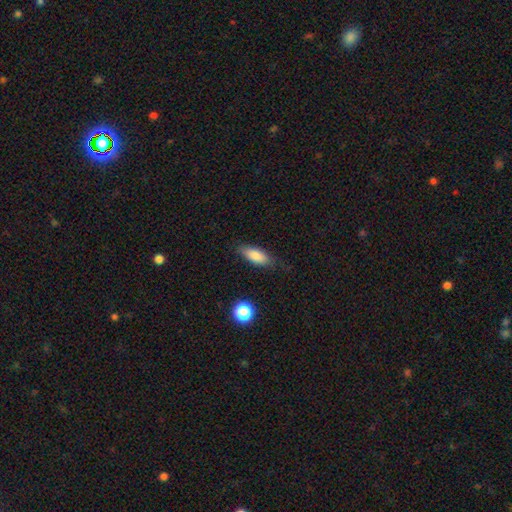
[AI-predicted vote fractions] Overall: smooth (83%). How rounded: in between (72%). Merging: none (79%).